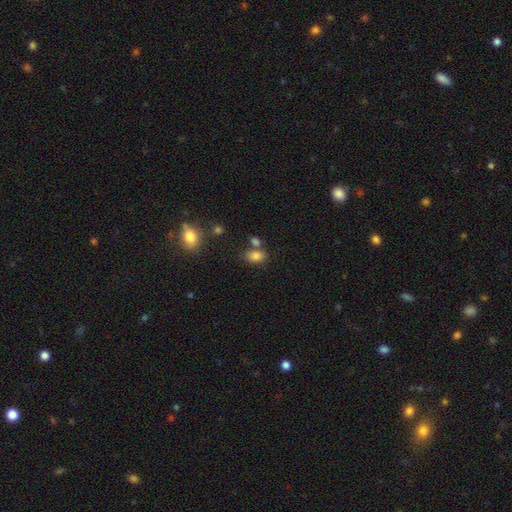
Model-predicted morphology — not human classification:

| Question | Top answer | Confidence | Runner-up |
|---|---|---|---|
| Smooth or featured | smooth | 83% | star or artifact (11%) |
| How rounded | in between | 82% | round (16%) |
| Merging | none | 58% | merger (22%) |